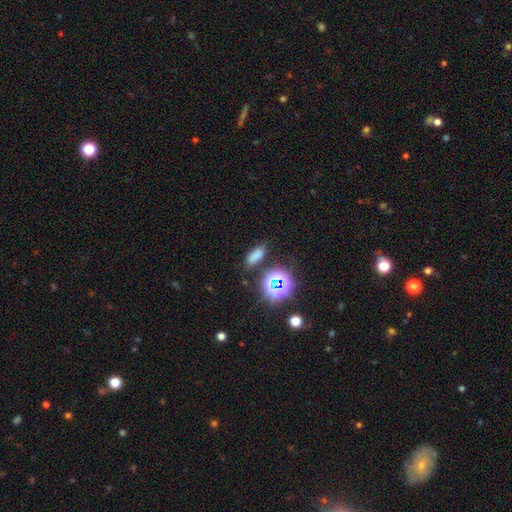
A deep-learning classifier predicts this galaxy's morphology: A smooth galaxy with no disk features (70%) that is in between round and cigar-shaped (70%). Merging: none (78%).